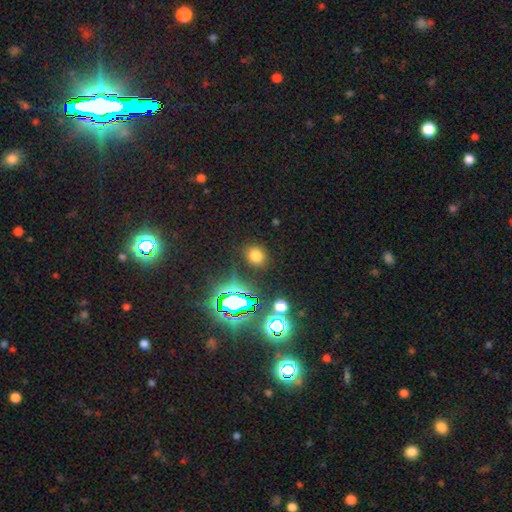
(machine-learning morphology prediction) type=smooth (70%); roundness=round (68%); merging=none (86%).